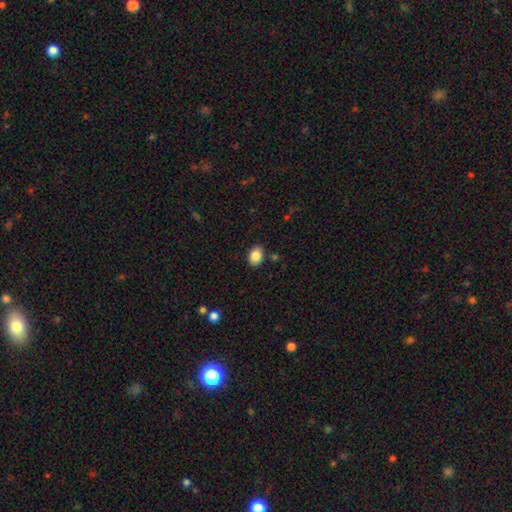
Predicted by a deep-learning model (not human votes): smooth_or_featured: smooth (p=0.86) [alt: star or artifact p=0.08]
how_rounded: in between (p=0.78) [alt: round p=0.21]
merging: none (p=0.86) [alt: minor disturbance p=0.09]